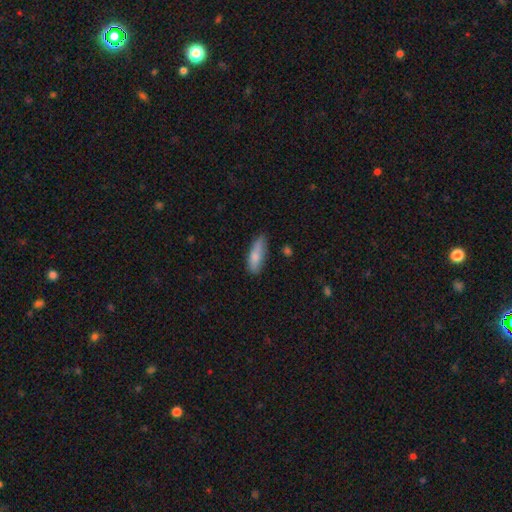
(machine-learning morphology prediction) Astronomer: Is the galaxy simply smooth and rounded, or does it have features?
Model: smooth — 81%.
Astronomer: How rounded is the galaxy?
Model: in between — 54% (runner-up: cigar-shaped, 43%).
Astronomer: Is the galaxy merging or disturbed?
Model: none — 64%.